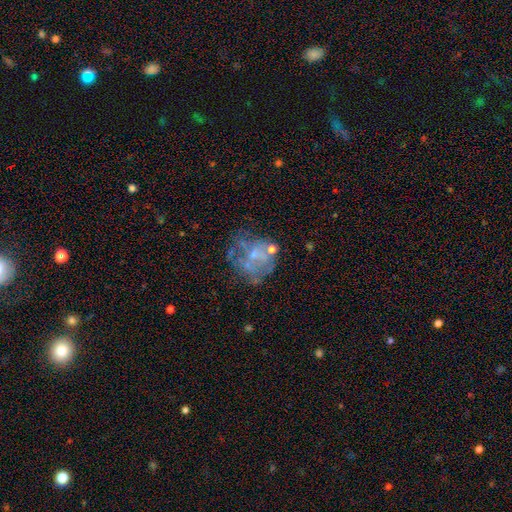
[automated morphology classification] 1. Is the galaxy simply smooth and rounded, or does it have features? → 62% featured or disk, 25% smooth, 13% star or artifact.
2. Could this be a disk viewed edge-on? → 98% no, 2% yes.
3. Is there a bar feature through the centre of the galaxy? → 85% no, 13% weak, 3% strong.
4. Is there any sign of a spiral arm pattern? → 76% no, 24% yes.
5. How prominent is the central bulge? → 53% small, 28% none, 17% moderate, 1% large, 1% dominant.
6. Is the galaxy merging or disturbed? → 43% none, 25% major disturbance, 21% minor disturbance, 11% merger.